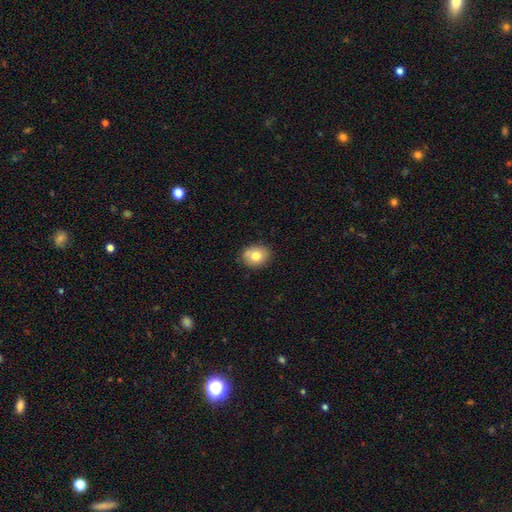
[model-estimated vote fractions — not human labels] A smooth galaxy with no disk features (77%) that is round (58%). Merging: none (83%).